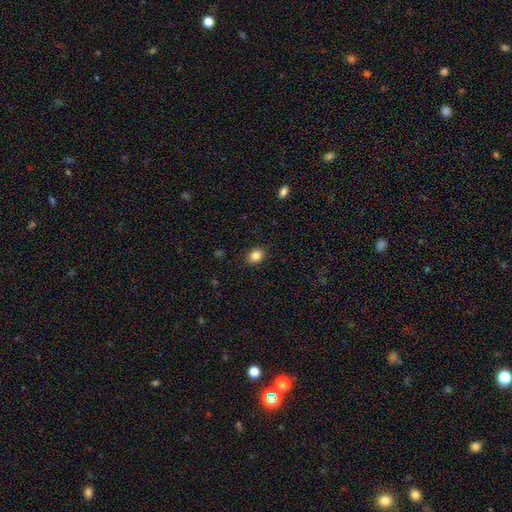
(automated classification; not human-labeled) This is clearly a smooth galaxy (85%). How rounded: possibly in between (52%). Merging: clearly none (89%).